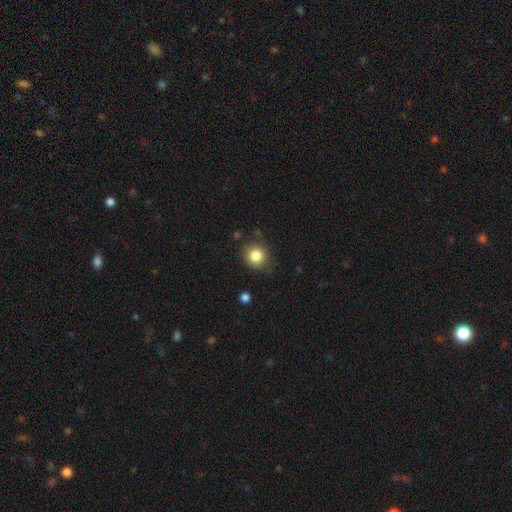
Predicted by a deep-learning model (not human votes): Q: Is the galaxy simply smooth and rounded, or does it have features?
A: smooth — 84%.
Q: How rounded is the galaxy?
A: round — 90%.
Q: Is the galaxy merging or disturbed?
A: none — 84%.